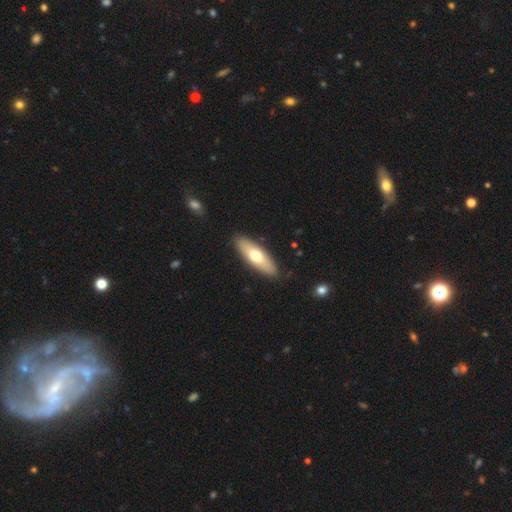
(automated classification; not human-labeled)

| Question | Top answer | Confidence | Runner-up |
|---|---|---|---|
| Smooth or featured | smooth | 62% | featured or disk (32%) |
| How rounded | in between | 55% | cigar-shaped (42%) |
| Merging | none | 88% | minor disturbance (9%) |